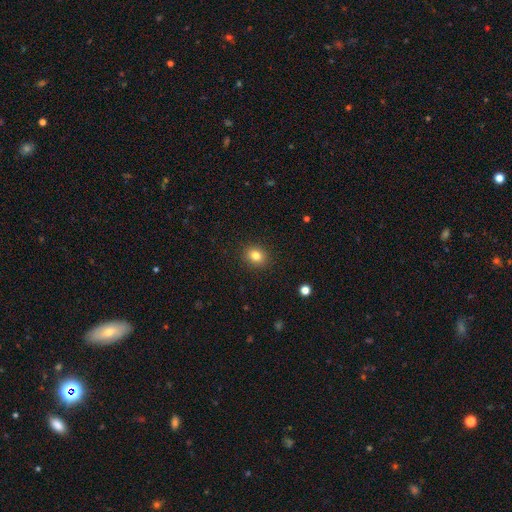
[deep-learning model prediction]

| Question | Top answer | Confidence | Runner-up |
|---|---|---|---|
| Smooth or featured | smooth | 81% | star or artifact (12%) |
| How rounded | round | 70% | in between (29%) |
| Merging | none | 90% | minor disturbance (7%) |